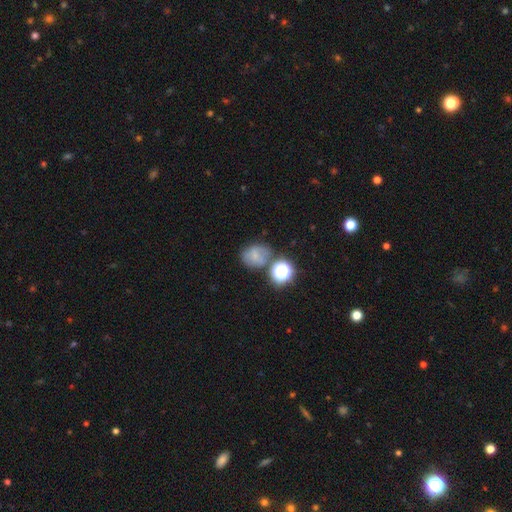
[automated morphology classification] A smooth galaxy with no disk features (57%) that is round (58%). Merging: none (55%).